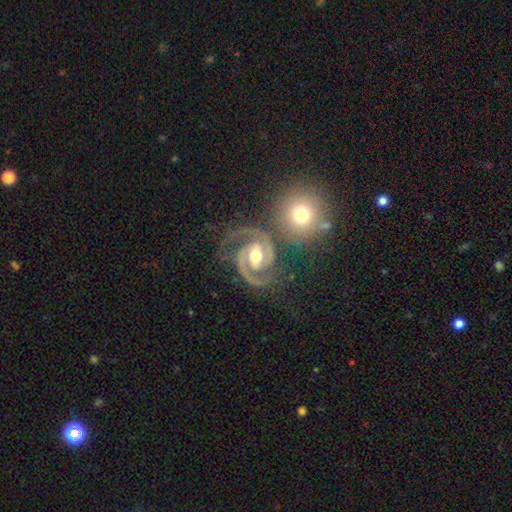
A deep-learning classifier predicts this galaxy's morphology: A featured or disk galaxy (92%) with a weak bar (40%), 2 (93%) medium (52%) spiral arms (98%) and a moderate central bulge (77%). Merging: none (64%).